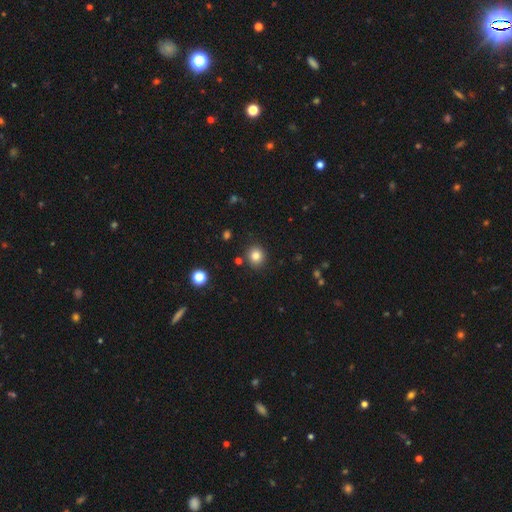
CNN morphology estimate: Q: Smooth or featured?
A: smooth (82%); runner-up: star or artifact (12%)
Q: How rounded?
A: round (86%); runner-up: in between (13%)
Q: Merging?
A: none (88%); runner-up: minor disturbance (7%)